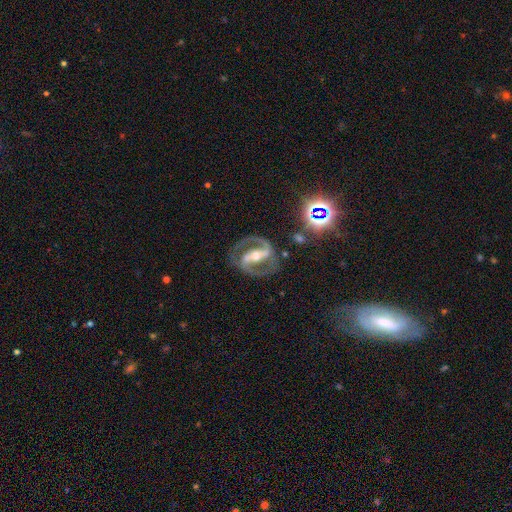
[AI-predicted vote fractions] Q: Smooth or featured?
A: featured or disk (90%); runner-up: star or artifact (6%)
Q: Edge-on disk?
A: no (97%); runner-up: yes (3%)
Q: Bar?
A: strong (72%); runner-up: weak (19%)
Q: Spiral arms?
A: yes (96%); runner-up: no (4%)
Q: Spiral winding?
A: medium (62%); runner-up: tight (26%)
Q: Spiral arm count?
A: 2 (93%); runner-up: can't tell (2%)
Q: Bulge size?
A: moderate (64%); runner-up: small (29%)
Q: Merging?
A: none (81%); runner-up: minor disturbance (11%)